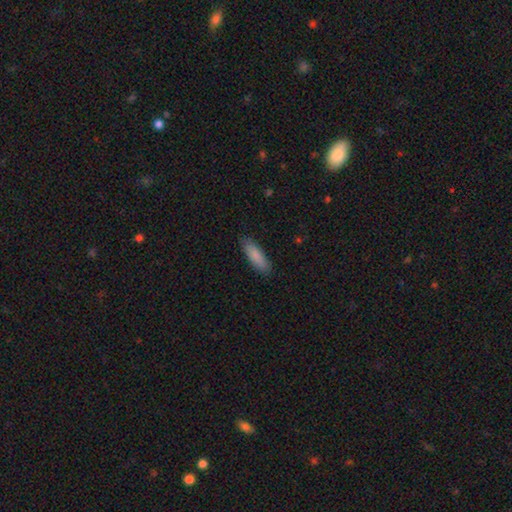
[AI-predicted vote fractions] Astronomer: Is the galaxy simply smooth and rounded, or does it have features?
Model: smooth — 87%.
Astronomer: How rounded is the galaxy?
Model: in between — 50% (runner-up: cigar-shaped, 48%).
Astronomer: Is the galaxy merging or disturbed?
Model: none — 86%.